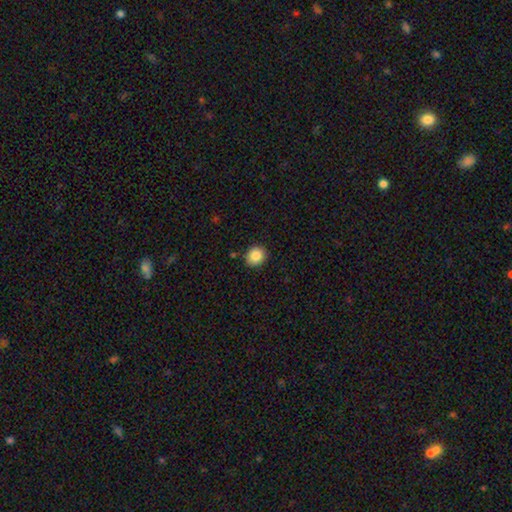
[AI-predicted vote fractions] Smooth or featured: smooth — 85% (star or artifact — 9%)
How rounded: round — 80% (in between — 19%)
Merging: none — 89% (minor disturbance — 8%)